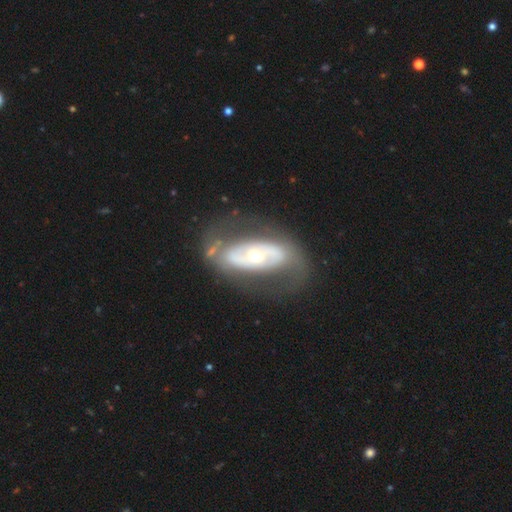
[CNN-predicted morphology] Q: Smooth or featured?
A: featured or disk (73%); runner-up: smooth (21%)
Q: Edge-on disk?
A: no (90%); runner-up: yes (10%)
Q: Bar?
A: no (65%); runner-up: weak (18%)
Q: Spiral arms?
A: no (51%); runner-up: yes (49%)
Q: Bulge size?
A: moderate (55%); runner-up: small (36%)
Q: Merging?
A: none (68%); runner-up: minor disturbance (15%)